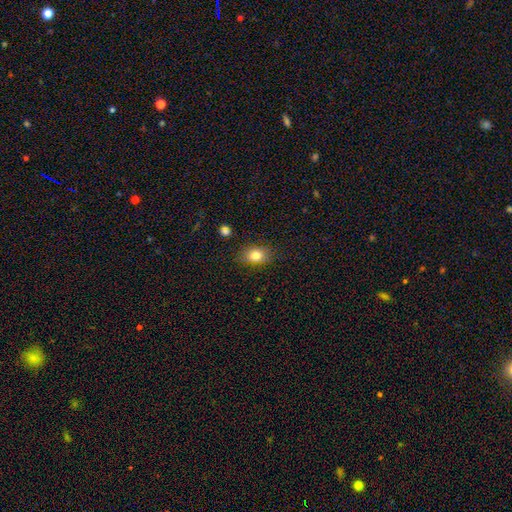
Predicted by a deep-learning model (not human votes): A smooth galaxy with no disk features (81%) that is in between round and cigar-shaped (70%).

Vote fractions:
- Smooth or featured? smooth: 81% / star or artifact: 10% / featured or disk: 9%
- How rounded? in between: 70% / round: 28% / cigar-shaped: 2%
- Merging? none: 83% / minor disturbance: 12% / major disturbance: 3% / merger: 2%